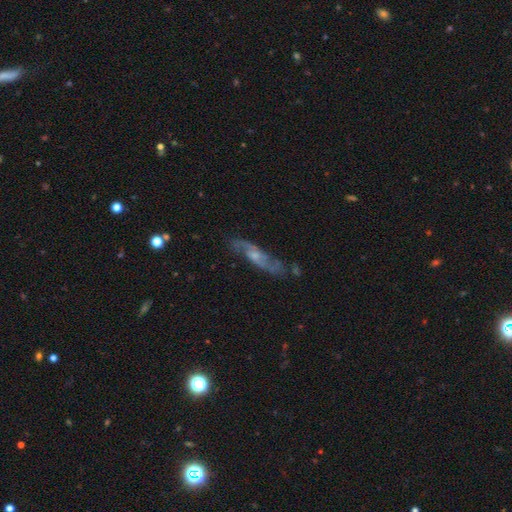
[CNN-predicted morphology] Smooth or featured? Predicted: featured or disk (p=0.79). Edge-on disk? Predicted: no (p=0.77). Bar? Predicted: no (p=0.51). Spiral arms? Predicted: yes (p=0.93). Spiral winding? Predicted: loose (p=0.43, tied with medium). Spiral arm count? Predicted: 2 (p=0.86). Bulge size? Predicted: small (p=0.50). Merging? Predicted: none (p=0.72).